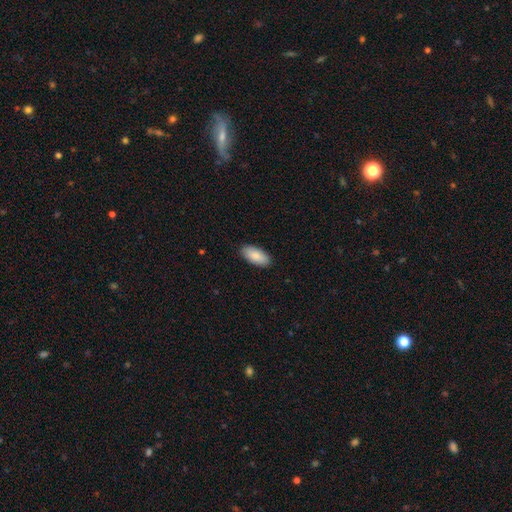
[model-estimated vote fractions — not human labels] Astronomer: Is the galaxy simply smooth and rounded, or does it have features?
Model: smooth — 88%.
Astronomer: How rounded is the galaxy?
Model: in between — 92%.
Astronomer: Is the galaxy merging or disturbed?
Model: none — 90%.